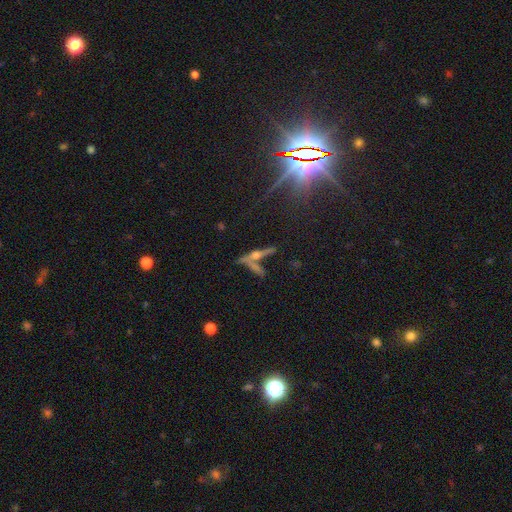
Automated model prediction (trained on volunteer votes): Overall: featured or disk (55%; smooth 28%). Edge-on disk: yes (84%). Merging: none (51%; merger 28%).